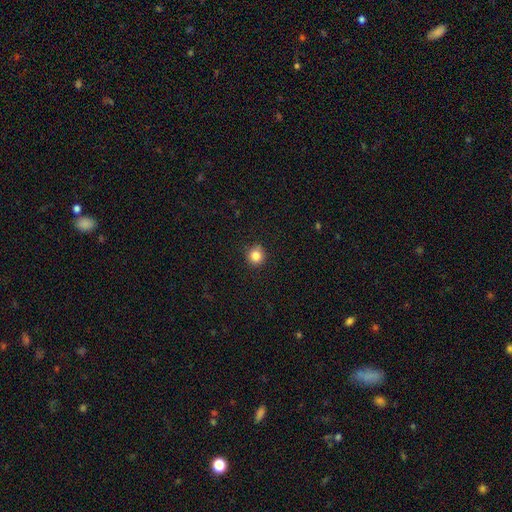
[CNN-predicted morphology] A smooth galaxy with no disk features (84%) that is round (92%). Merging: none (89%).